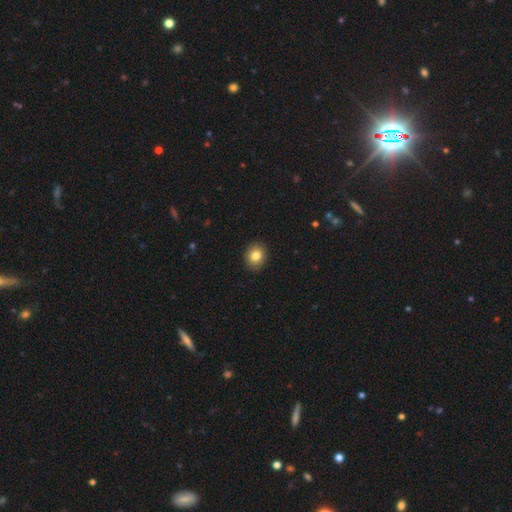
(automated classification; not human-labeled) Morphology: type=smooth (83%); roundness=round (59%); merging=none (90%).